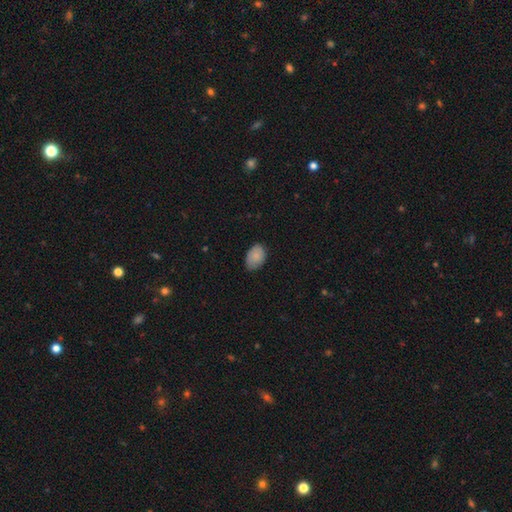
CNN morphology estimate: smooth-or-featured: smooth: 83% | featured or disk: 10% | star or artifact: 7%
  how-rounded: in between: 85% | round: 14% | cigar-shaped: 1%
  merging: none: 72% | minor disturbance: 23% | major disturbance: 3% | merger: 1%